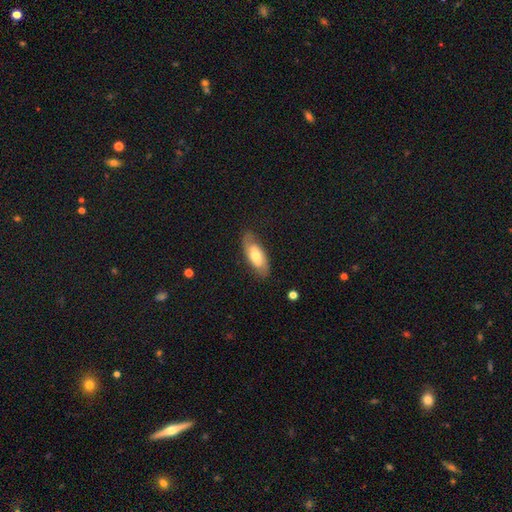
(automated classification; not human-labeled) Smooth or featured: smooth — 48% (featured or disk — 46%)
Merging: none — 77% (minor disturbance — 17%)